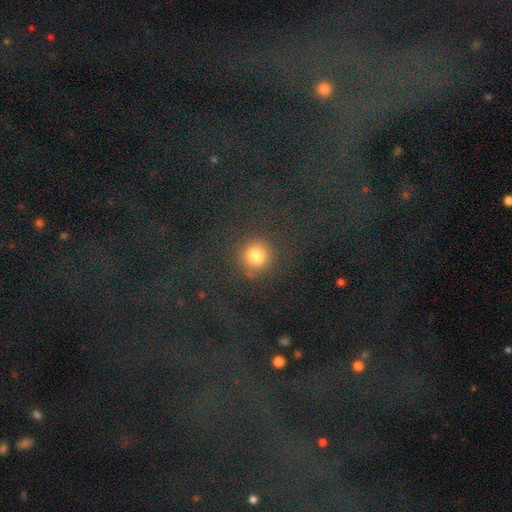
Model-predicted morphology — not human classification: This appears to be a smooth galaxy with no disk features (77%) that is round (89%). Merging: none (80%).